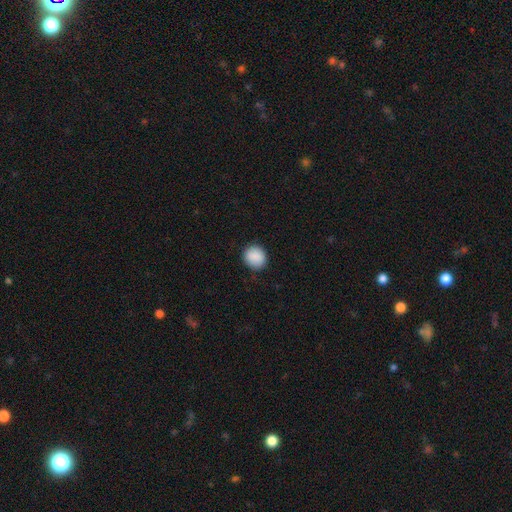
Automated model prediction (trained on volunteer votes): A smooth galaxy with no disk features (89%) that is round (83%). Merging: none (88%).